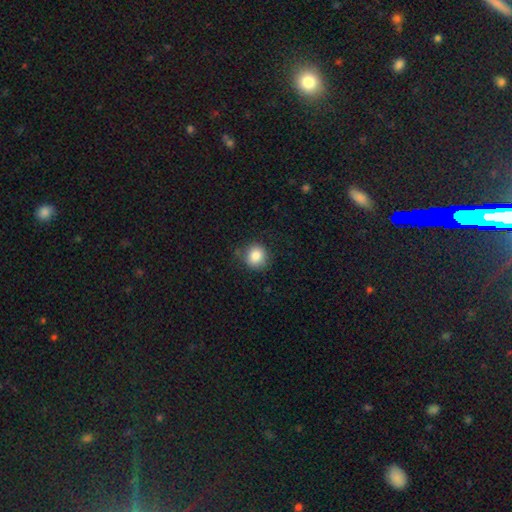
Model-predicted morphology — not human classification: This appears to be a smooth galaxy with no disk features (84%) that is round (87%). Merging: none (80%).